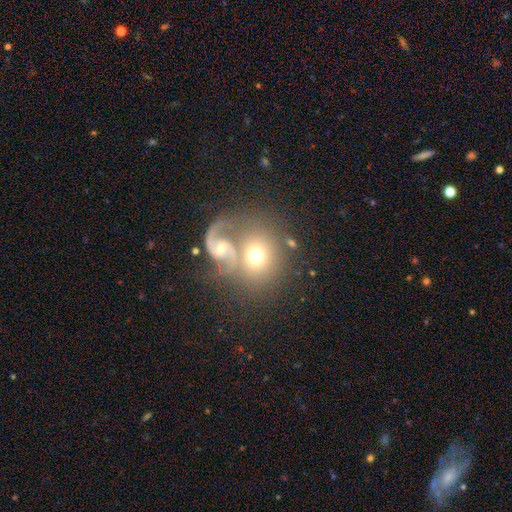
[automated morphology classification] type=smooth (46%, tied with featured or disk); merging=merger (48%).